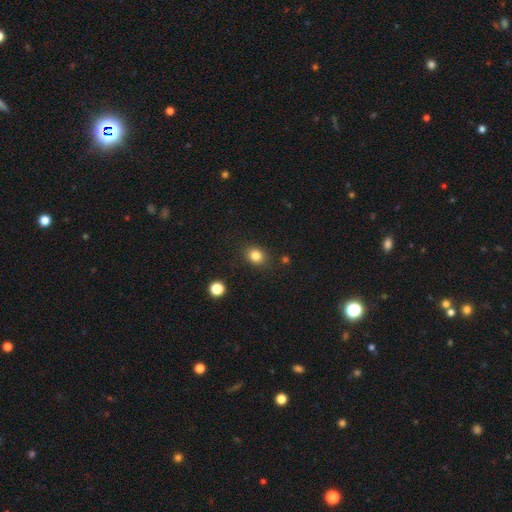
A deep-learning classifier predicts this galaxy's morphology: This appears to be a smooth galaxy with no disk features (83%) that is round (65%). Merging: none (85%).